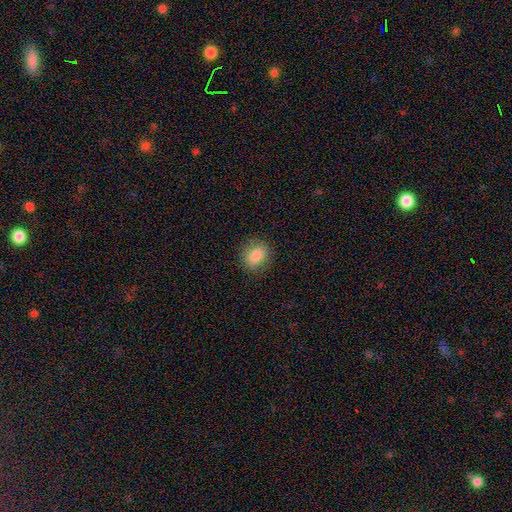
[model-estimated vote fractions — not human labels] Smooth or featured? smooth (84%)
How rounded? round (60%)
Merging? none (85%)